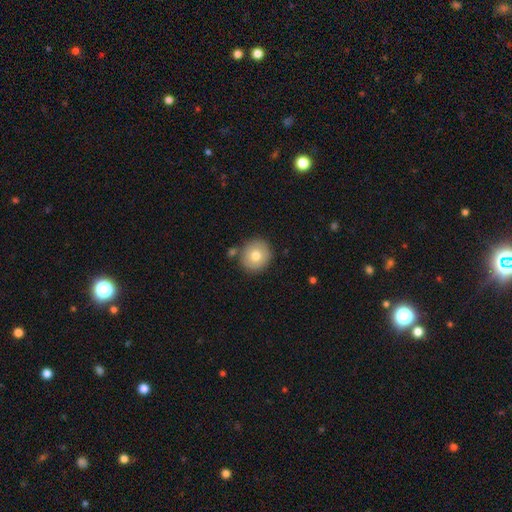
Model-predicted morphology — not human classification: Overall: smooth (76%). How rounded: round (88%). Merging: none (80%).